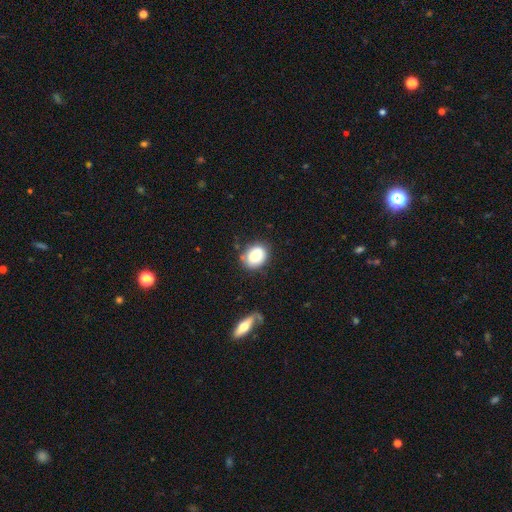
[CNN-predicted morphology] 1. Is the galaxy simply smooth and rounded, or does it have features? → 83% smooth, 9% featured or disk, 8% star or artifact.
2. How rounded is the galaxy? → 52% round, 47% in between, 1% cigar-shaped.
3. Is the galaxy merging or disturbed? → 73% none, 18% minor disturbance, 5% major disturbance, 4% merger.